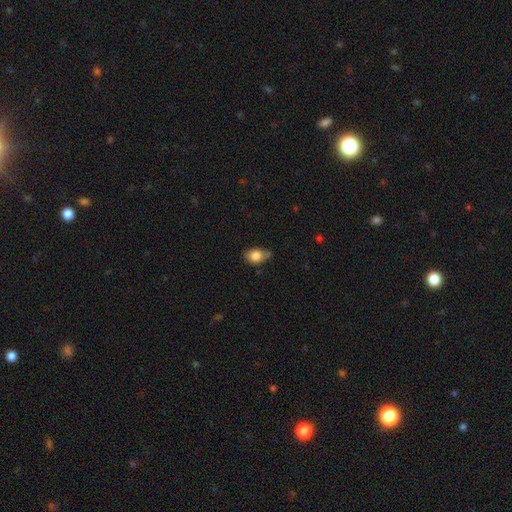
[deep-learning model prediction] smooth_or_featured: smooth (p=0.82) [alt: featured or disk p=0.09]
how_rounded: in between (p=0.75) [alt: round p=0.23]
merging: none (p=0.54) [alt: minor disturbance p=0.32]